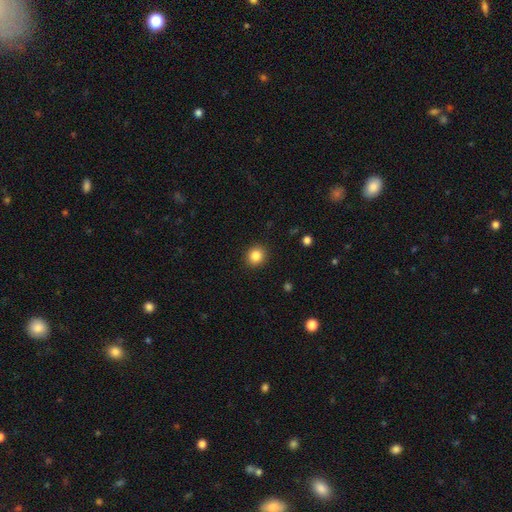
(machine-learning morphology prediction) The model was most divided on "how rounded": round: 85%, in between: 14%, cigar-shaped: 1%. More confident: merging — none (91%); smooth or featured — smooth (85%).